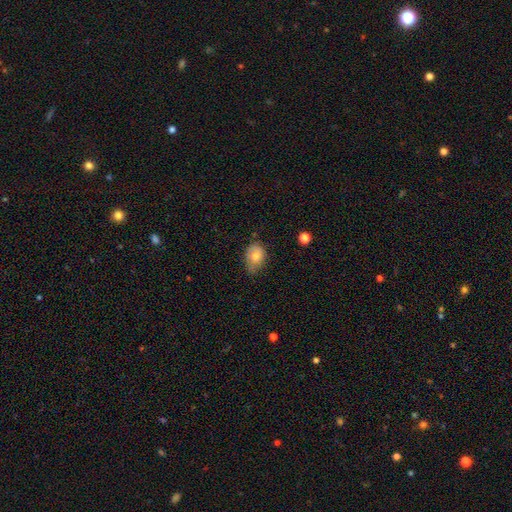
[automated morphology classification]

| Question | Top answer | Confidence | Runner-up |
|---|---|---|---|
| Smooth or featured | smooth | 78% | featured or disk (13%) |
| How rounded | in between | 77% | round (22%) |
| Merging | none | 46% | minor disturbance (42%) |